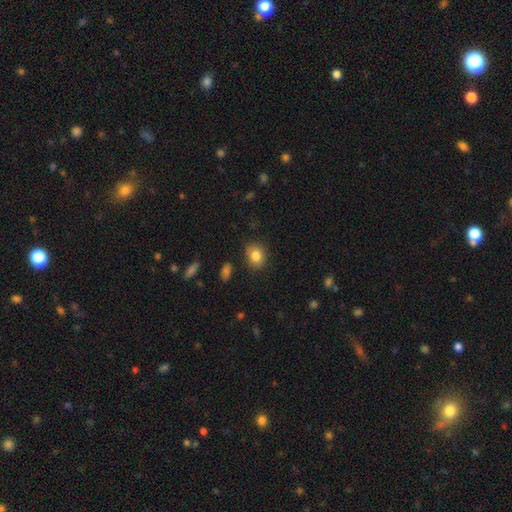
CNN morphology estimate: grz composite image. It shows a smooth galaxy with no disk features (84%) that is in between round and cigar-shaped (50%). Merging: none (83%).